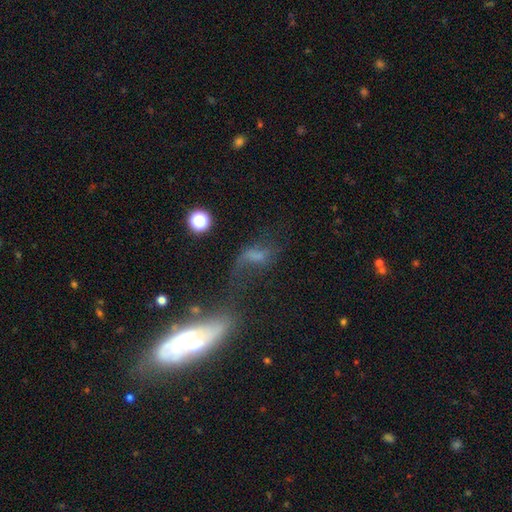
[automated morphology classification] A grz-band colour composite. It shows a featured or disk galaxy (41%). Merging: major disturbance (34%).